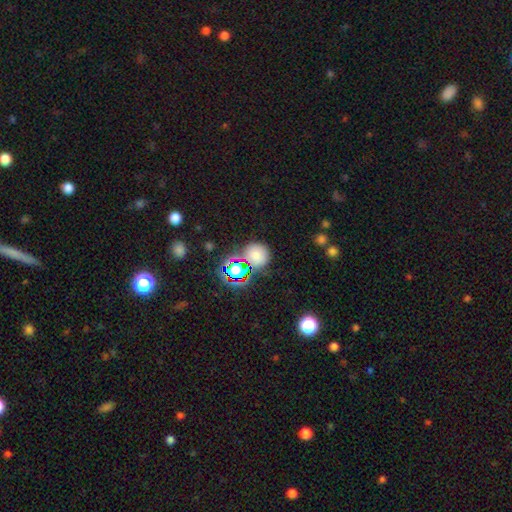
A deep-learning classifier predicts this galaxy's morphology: Smooth or featured: smooth — 64% (star or artifact — 27%)
How rounded: round — 83% (in between — 15%)
Merging: none — 72% (minor disturbance — 13%)